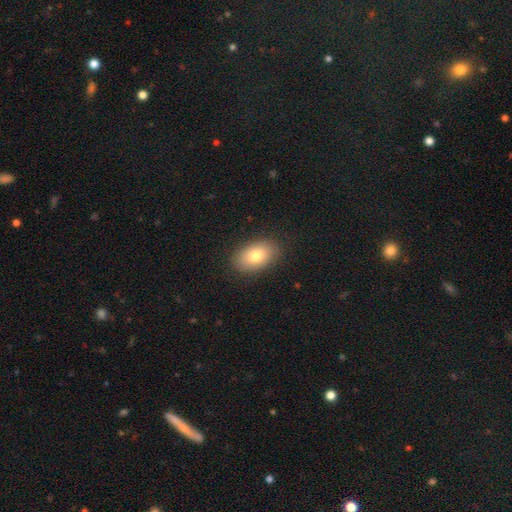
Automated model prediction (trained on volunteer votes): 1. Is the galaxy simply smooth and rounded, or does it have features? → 79% smooth, 14% featured or disk, 7% star or artifact.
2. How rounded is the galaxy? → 91% in between, 8% round, 1% cigar-shaped.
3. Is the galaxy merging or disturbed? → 85% none, 11% minor disturbance, 3% major disturbance, 1% merger.